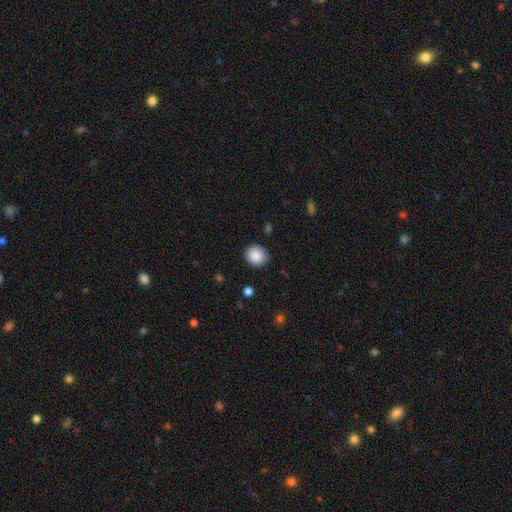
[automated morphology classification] This is clearly a smooth galaxy (88%). How rounded: likely round (75%). Merging: clearly none (88%).